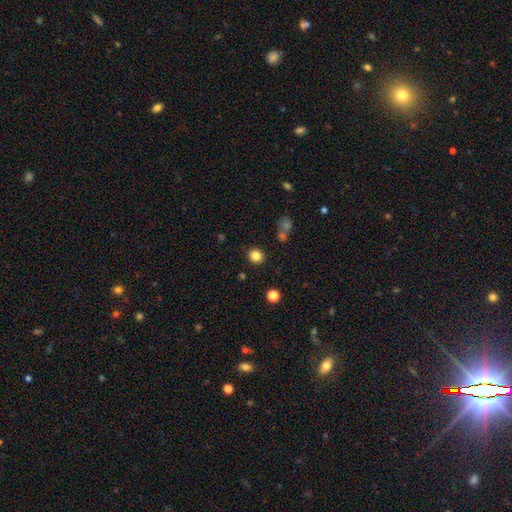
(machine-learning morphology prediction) A smooth galaxy with no disk features (84%) that is round (87%).

Vote fractions:
- Smooth or featured? smooth: 84% / star or artifact: 12% / featured or disk: 5%
- How rounded? round: 87% / in between: 12% / cigar-shaped: 1%
- Merging? none: 87% / minor disturbance: 7% / merger: 3% / major disturbance: 3%